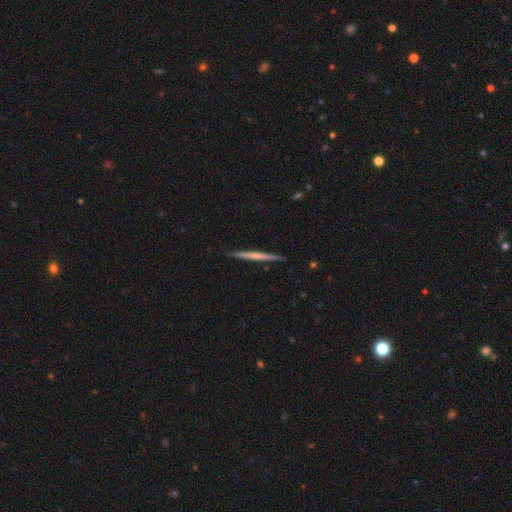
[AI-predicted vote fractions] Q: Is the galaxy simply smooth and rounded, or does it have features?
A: featured or disk — 52%.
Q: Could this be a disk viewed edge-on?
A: yes — 98%.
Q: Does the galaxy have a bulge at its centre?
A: none — 74%.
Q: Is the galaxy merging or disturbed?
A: none — 91%.